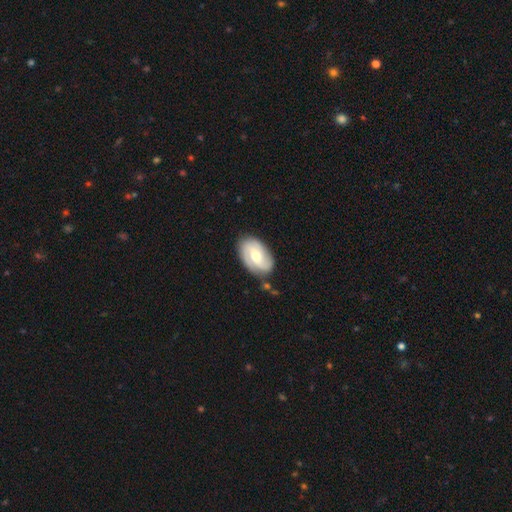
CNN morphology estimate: smooth-or-featured: featured or disk: 66% | smooth: 29% | star or artifact: 5%
  disk-edge-on: no: 95% | yes: 5%
    bar: no: 45% | weak: 42% | strong: 13%
    has-spiral-arms: yes: 87% | no: 13%
      spiral-winding: medium: 40% | tight: 39% | loose: 21%
      spiral-arm-count: 2: 67% | can't tell: 16% | 3: 9% | 1: 4% | 4: 2% | more than 4: 2%
    bulge-size: moderate: 68% | small: 25% | large: 5% | none: 1% | dominant: 1%
  merging: none: 75% | minor disturbance: 18% | major disturbance: 5% | merger: 3%